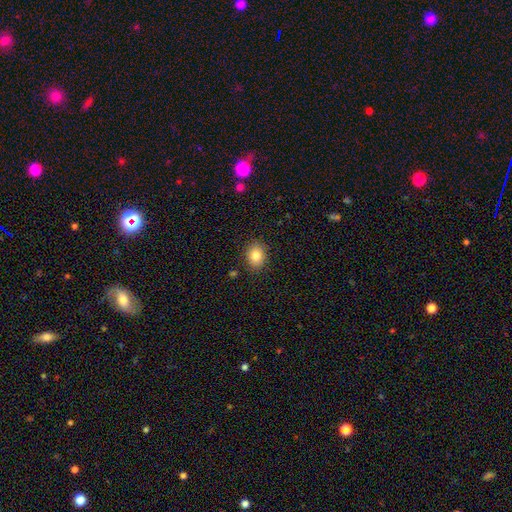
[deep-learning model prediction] The model was most divided on "how rounded": round: 50%, in between: 49%, cigar-shaped: 1%. More confident: merging — none (87%); smooth or featured — smooth (83%).